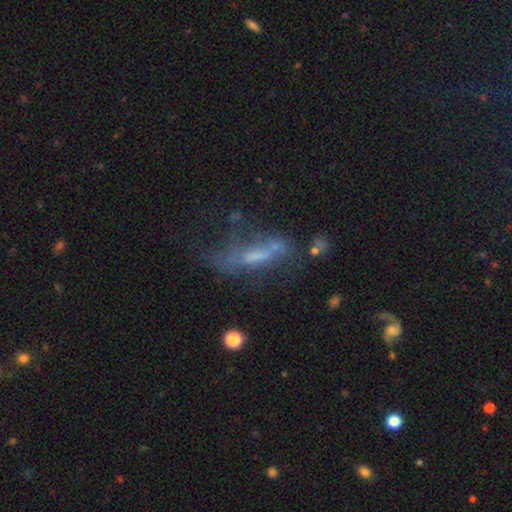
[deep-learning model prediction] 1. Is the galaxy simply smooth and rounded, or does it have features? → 51% featured or disk, 33% smooth, 17% star or artifact.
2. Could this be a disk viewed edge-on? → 71% no, 29% yes.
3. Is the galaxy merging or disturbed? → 38% none, 29% major disturbance, 21% minor disturbance, 12% merger.